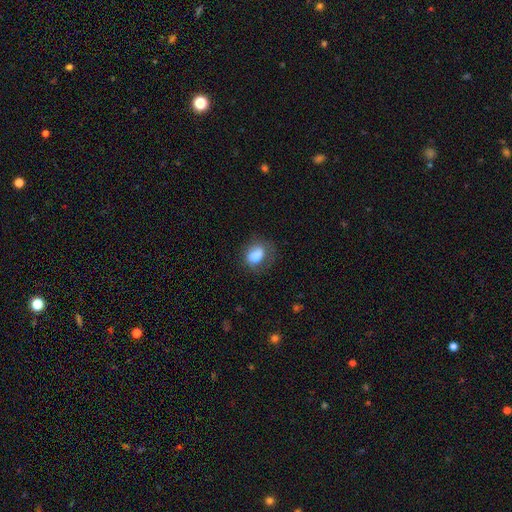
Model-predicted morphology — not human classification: This is likely a smooth galaxy (77%). How rounded: likely in between (67%). Merging: possibly none (49%).